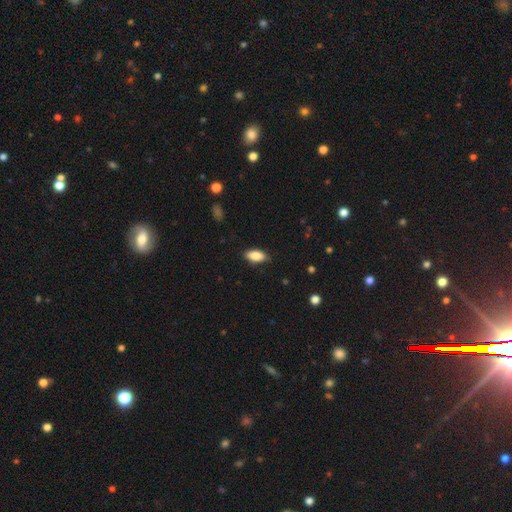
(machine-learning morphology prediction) Smooth or featured? smooth (85%)
How rounded? in between (89%)
Merging? none (84%)